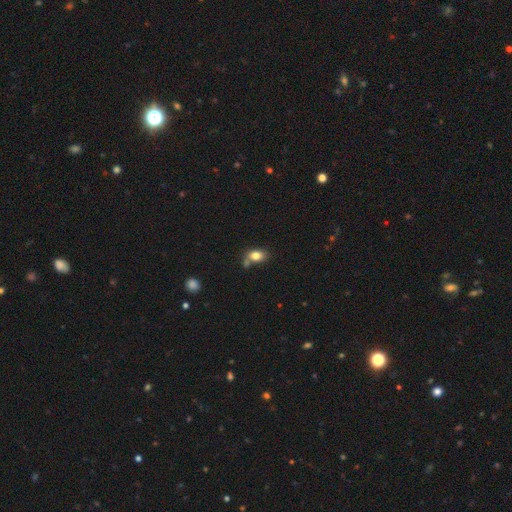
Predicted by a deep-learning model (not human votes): Smooth or featured? smooth (81%)
How rounded? in between (77%)
Merging? none (52%)